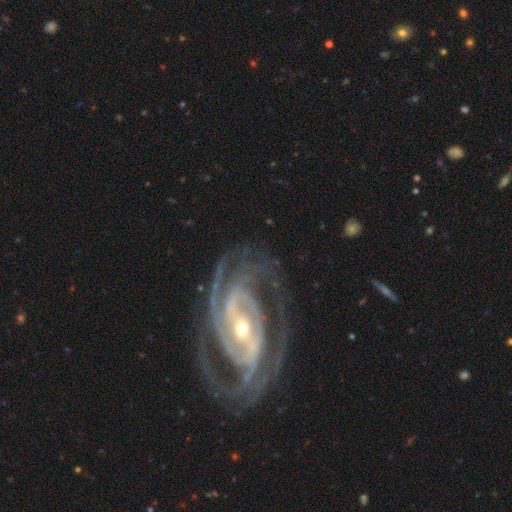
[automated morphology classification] Smooth or featured? Predicted: featured or disk (p=0.91). Edge-on disk? Predicted: no (p=0.96). Bar? Predicted: strong (p=0.44). Spiral arms? Predicted: yes (p=0.98). Spiral winding? Predicted: tight (p=0.65). Spiral arm count? Predicted: 2 (p=0.43). Bulge size? Predicted: small (p=0.57). Merging? Predicted: none (p=0.77).